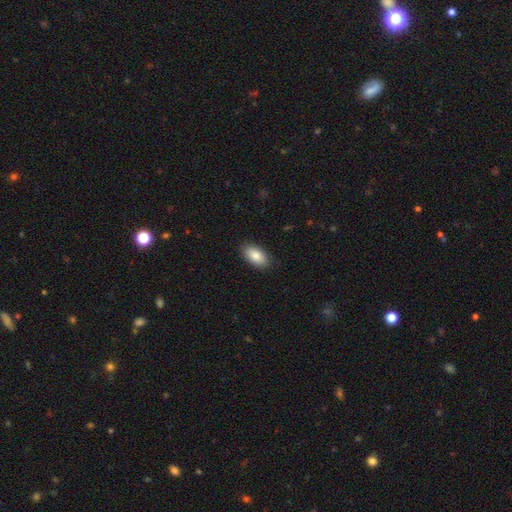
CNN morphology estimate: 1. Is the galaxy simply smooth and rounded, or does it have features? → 84% smooth, 9% featured or disk, 7% star or artifact.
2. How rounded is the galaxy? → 93% in between, 4% round, 3% cigar-shaped.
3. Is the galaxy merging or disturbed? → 88% none, 9% minor disturbance, 2% major disturbance, 1% merger.